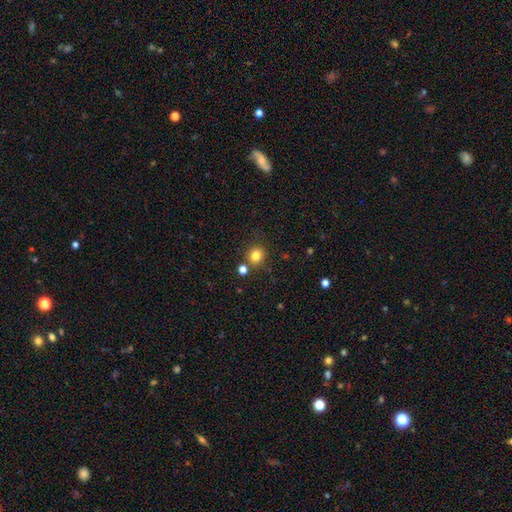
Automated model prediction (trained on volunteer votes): Smooth or featured?
  - smooth: 81% *
  - star or artifact: 13%
  - featured or disk: 6%
How rounded?
  - round: 87% *
  - in between: 12%
  - cigar-shaped: 1%
Merging?
  - none: 81% *
  - merger: 8%
  - minor disturbance: 8%
  - major disturbance: 3%